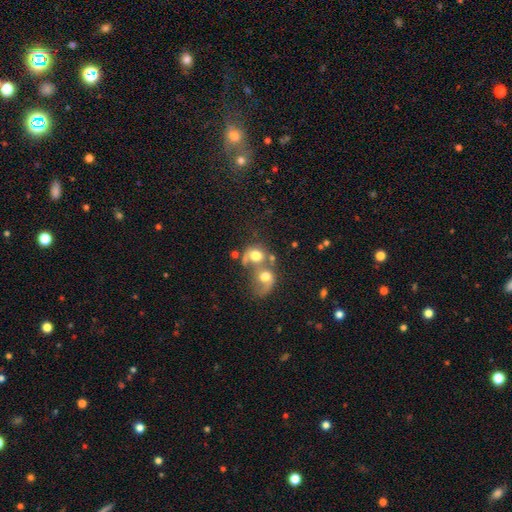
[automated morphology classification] type=smooth (58%); roundness=round (63%); merging=merger (70%).